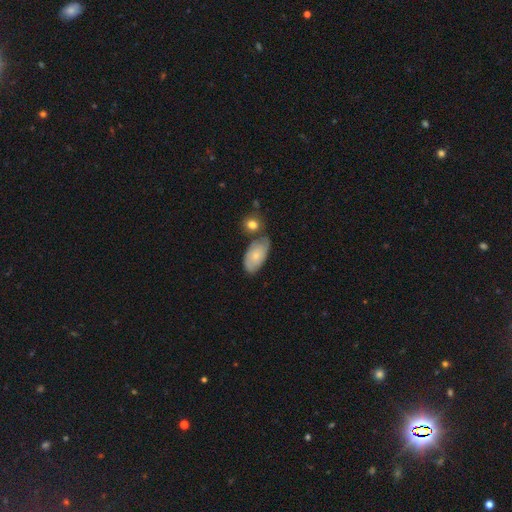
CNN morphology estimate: Smooth or featured?
  - smooth: 62% *
  - featured or disk: 32%
  - star or artifact: 6%
How rounded?
  - in between: 92% *
  - round: 5%
  - cigar-shaped: 3%
Merging?
  - none: 51% *
  - minor disturbance: 24%
  - merger: 19%
  - major disturbance: 7%